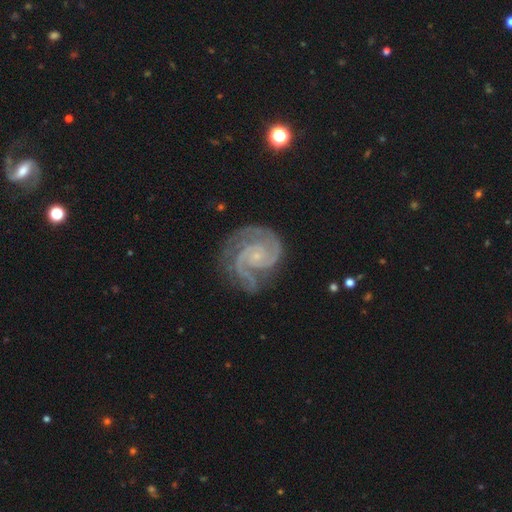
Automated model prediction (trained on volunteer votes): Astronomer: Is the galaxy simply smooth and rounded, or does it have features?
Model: featured or disk — 92%.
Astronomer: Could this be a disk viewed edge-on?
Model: no — 98%.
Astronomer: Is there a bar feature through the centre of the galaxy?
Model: no — 74%.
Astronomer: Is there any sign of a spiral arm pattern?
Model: yes — 99%.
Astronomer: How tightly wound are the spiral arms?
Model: tight — 62%.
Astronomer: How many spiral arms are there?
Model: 2 — 54%.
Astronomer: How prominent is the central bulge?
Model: small — 84%.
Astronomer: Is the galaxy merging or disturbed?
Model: none — 71%.